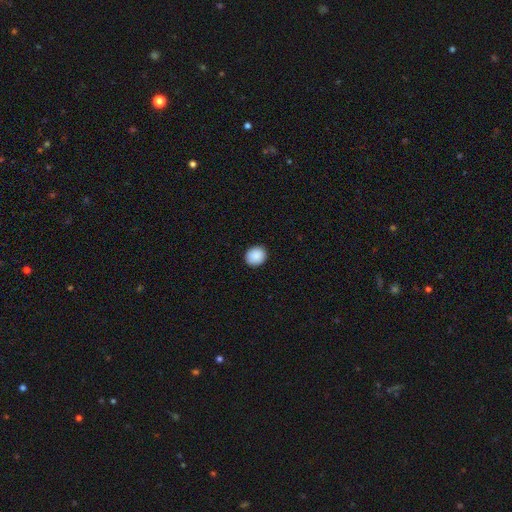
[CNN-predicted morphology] Smooth or featured? smooth (90%)
How rounded? round (74%)
Merging? none (91%)